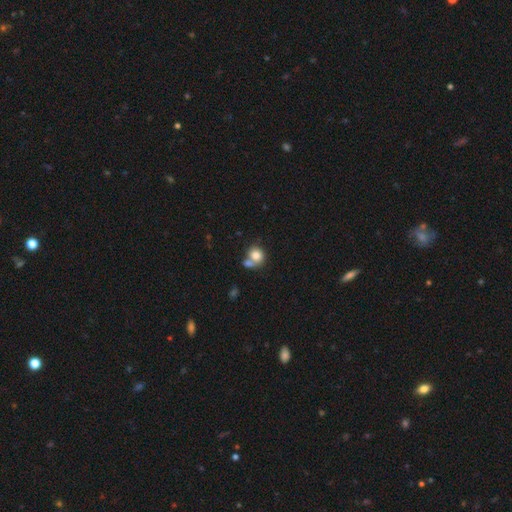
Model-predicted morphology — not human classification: Smooth or featured: smooth — 80% (featured or disk — 11%)
How rounded: round — 74% (in between — 25%)
Merging: merger — 42% (none — 41%)